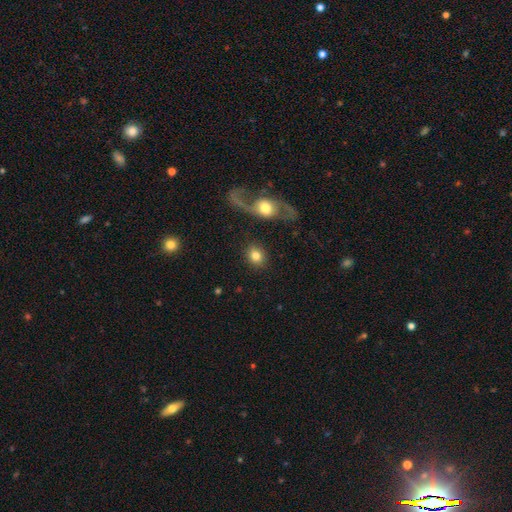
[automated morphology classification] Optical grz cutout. It shows a smooth galaxy with no disk features (77%) that is round (67%). Merging: none (81%).